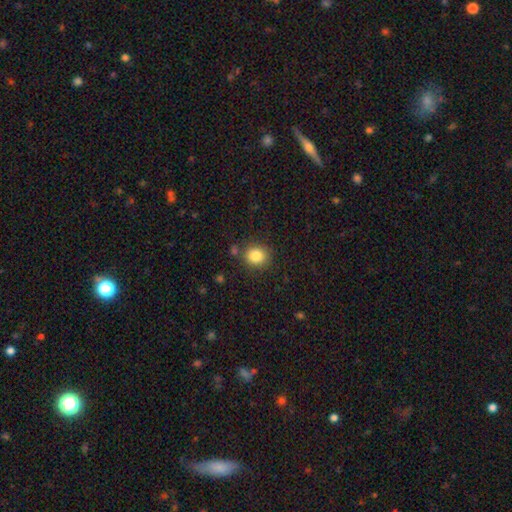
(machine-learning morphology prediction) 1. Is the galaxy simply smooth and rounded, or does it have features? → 84% smooth, 10% star or artifact, 5% featured or disk.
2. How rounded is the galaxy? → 72% round, 27% in between, 1% cigar-shaped.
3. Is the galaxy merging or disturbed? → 81% none, 10% minor disturbance, 5% merger, 3% major disturbance.